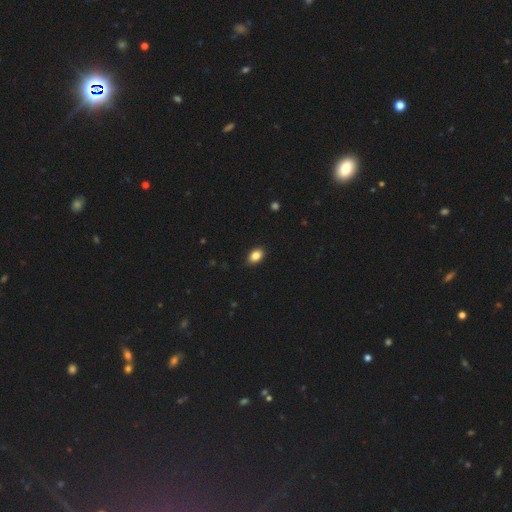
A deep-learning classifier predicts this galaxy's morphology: Smooth or featured? Predicted: smooth (p=0.86). How rounded? Predicted: in between (p=0.82). Merging? Predicted: none (p=0.88).